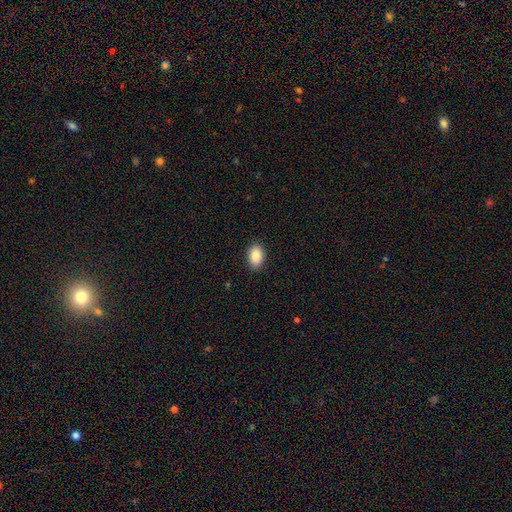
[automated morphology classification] The model was most divided on "how rounded": in between: 87%, round: 12%, cigar-shaped: 1%. More confident: merging — none (90%); smooth or featured — smooth (89%).